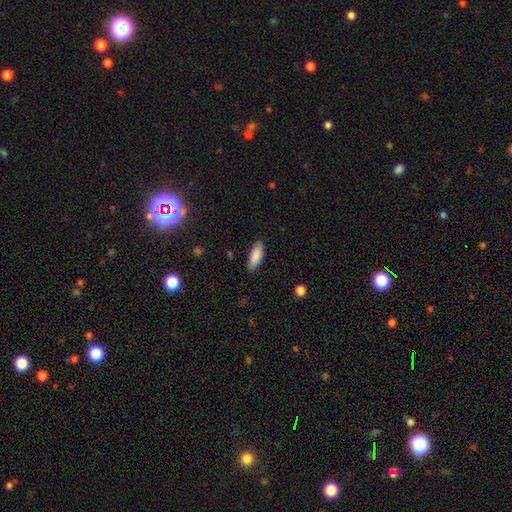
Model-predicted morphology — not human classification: Q: Smooth or featured?
A: smooth (88%); runner-up: star or artifact (6%)
Q: How rounded?
A: in between (74%); runner-up: cigar-shaped (24%)
Q: Merging?
A: none (87%); runner-up: minor disturbance (10%)